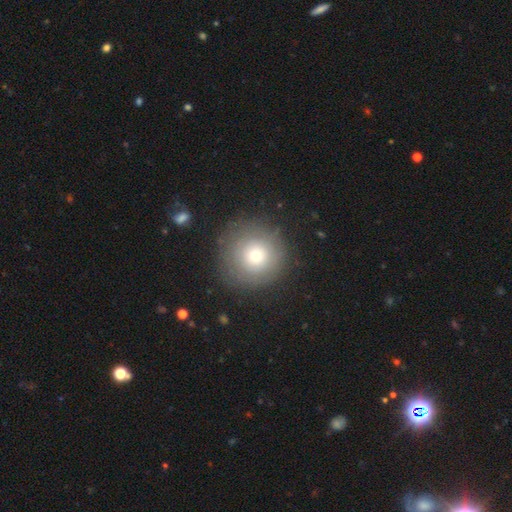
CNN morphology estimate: A smooth galaxy with no disk features (68%) that is round (95%). Merging: none (84%).